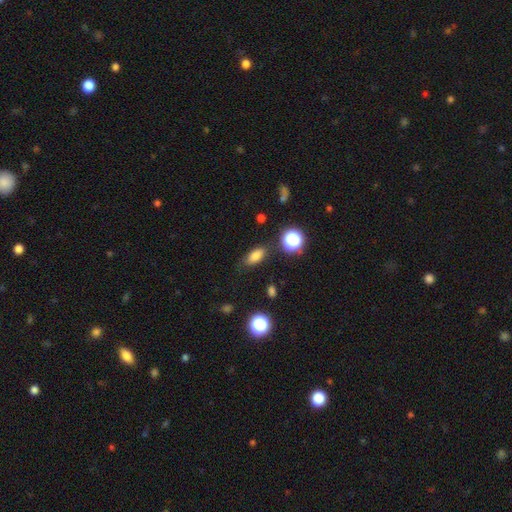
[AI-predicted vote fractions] A smooth galaxy with no disk features (79%) that is in between round and cigar-shaped (81%).

Vote fractions:
- Smooth or featured? smooth: 79% / star or artifact: 13% / featured or disk: 8%
- How rounded? in between: 81% / cigar-shaped: 10% / round: 9%
- Merging? none: 79% / minor disturbance: 14% / major disturbance: 4% / merger: 3%